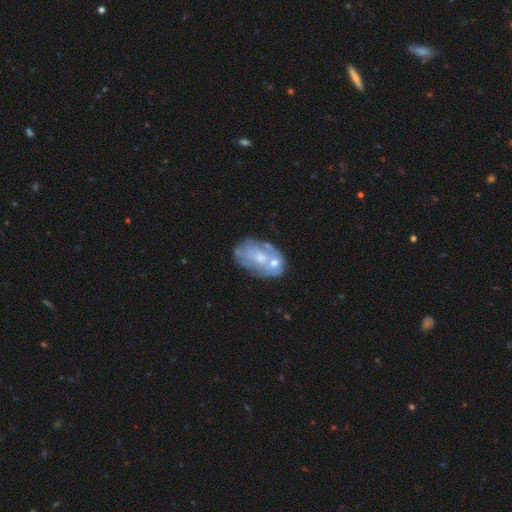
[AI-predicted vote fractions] featured or disk 61%, smooth 32%, star or artifact 8%. Down the decision tree: edge-on disk — no (97%); bar — no (87%); spiral arms — no (75%); bulge size — moderate (44%); merging — none (36%).